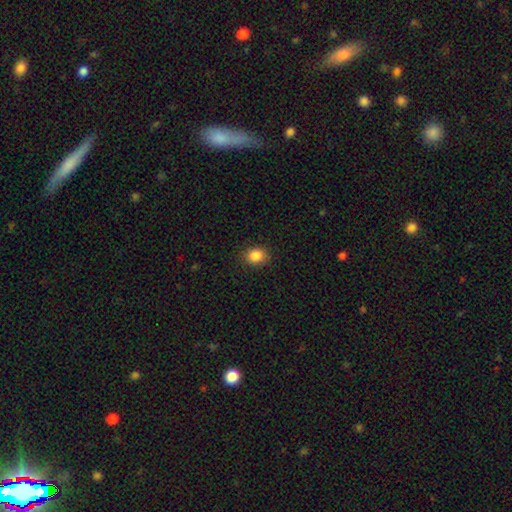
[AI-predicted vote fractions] This is clearly a smooth galaxy (86%). How rounded: possibly round (55%). Merging: clearly none (87%).